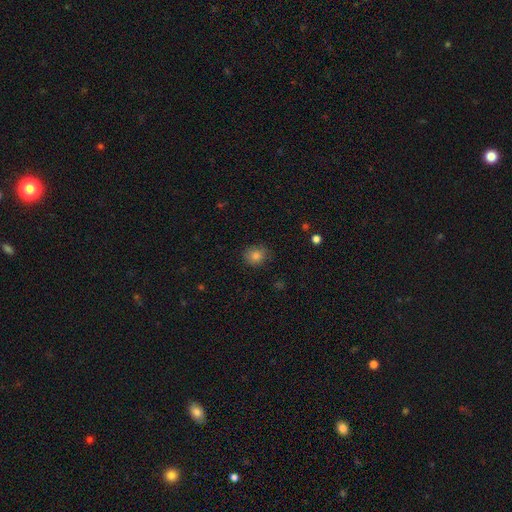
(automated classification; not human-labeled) Smooth or featured: smooth — 82% (star or artifact — 12%)
How rounded: round — 79% (in between — 20%)
Merging: none — 84% (minor disturbance — 12%)